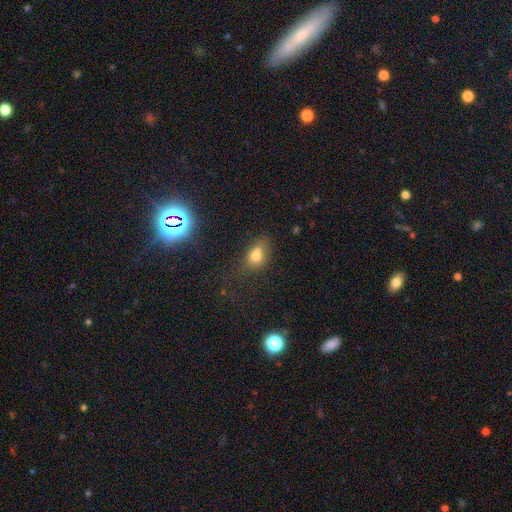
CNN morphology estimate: smooth 69%, star or artifact 17%, featured or disk 14%. Down the decision tree: how rounded — in between (71%); merging — none (44%).